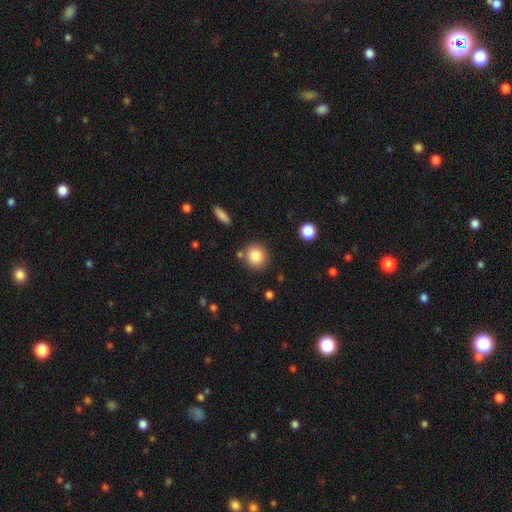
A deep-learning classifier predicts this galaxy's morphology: This is clearly a smooth galaxy (83%). How rounded: clearly round (87%). Merging: clearly none (81%).